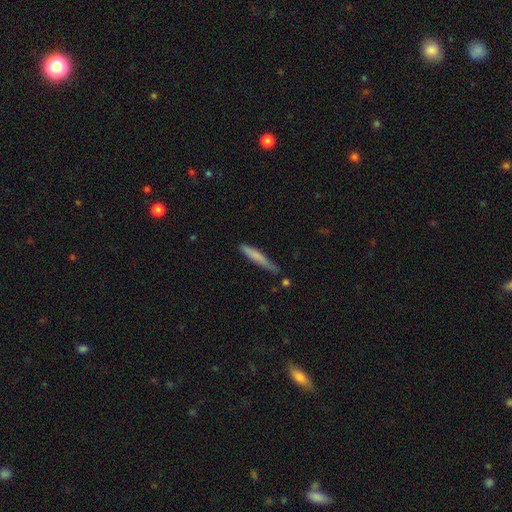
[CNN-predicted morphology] A smooth galaxy with no disk features (73%) that is cigar-shaped (94%).

Vote fractions:
- Smooth or featured? smooth: 73% / featured or disk: 21% / star or artifact: 6%
- How rounded? cigar-shaped: 94% / in between: 5% / round: 1%
- Merging? none: 67% / minor disturbance: 24% / major disturbance: 5% / merger: 4%